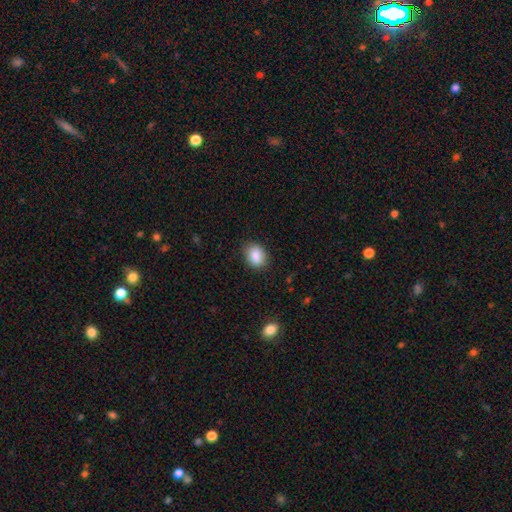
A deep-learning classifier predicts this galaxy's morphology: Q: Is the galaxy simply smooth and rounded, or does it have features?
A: smooth — 87%.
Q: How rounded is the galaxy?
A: in between — 65%.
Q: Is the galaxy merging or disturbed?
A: none — 81%.